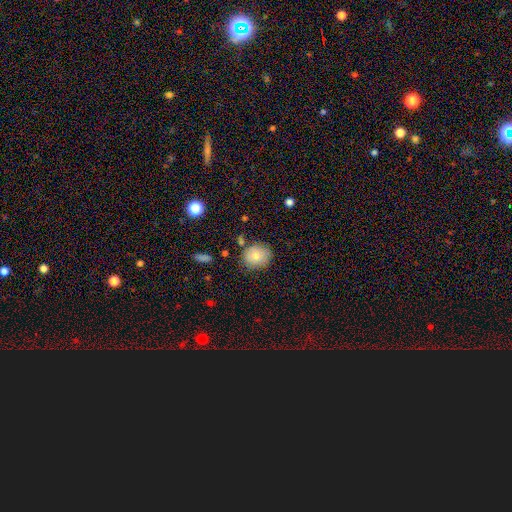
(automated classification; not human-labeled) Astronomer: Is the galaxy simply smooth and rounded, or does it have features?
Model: smooth — 79%.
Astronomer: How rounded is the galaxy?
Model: round — 80%.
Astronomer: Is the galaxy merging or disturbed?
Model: none — 78%.